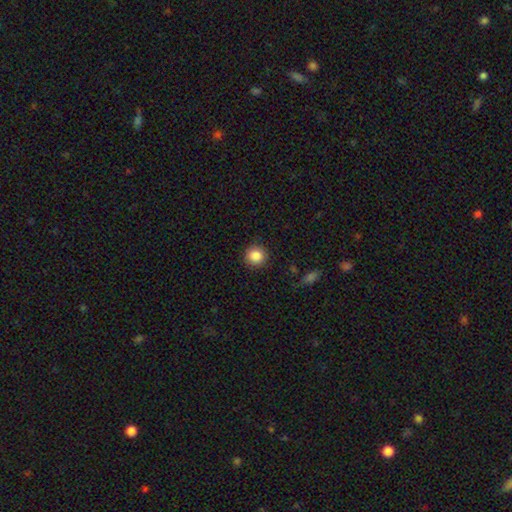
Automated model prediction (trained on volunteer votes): Smooth or featured: smooth — 87% (star or artifact — 9%)
How rounded: round — 94% (in between — 5%)
Merging: none — 89% (minor disturbance — 7%)